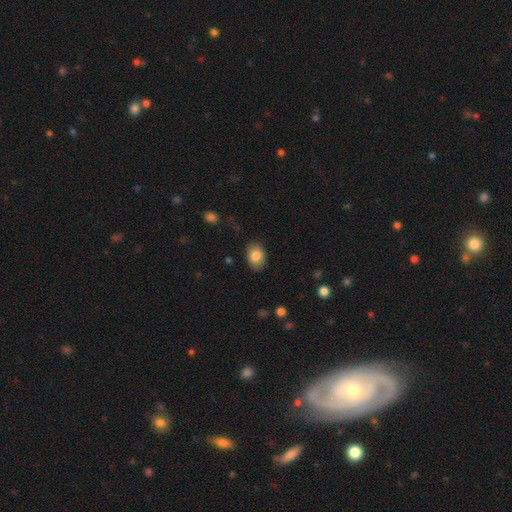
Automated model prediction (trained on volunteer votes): Smooth or featured?
  - smooth: 85% *
  - featured or disk: 8%
  - star or artifact: 7%
How rounded?
  - in between: 82% *
  - round: 17%
  - cigar-shaped: 1%
Merging?
  - none: 84% *
  - minor disturbance: 12%
  - major disturbance: 3%
  - merger: 1%